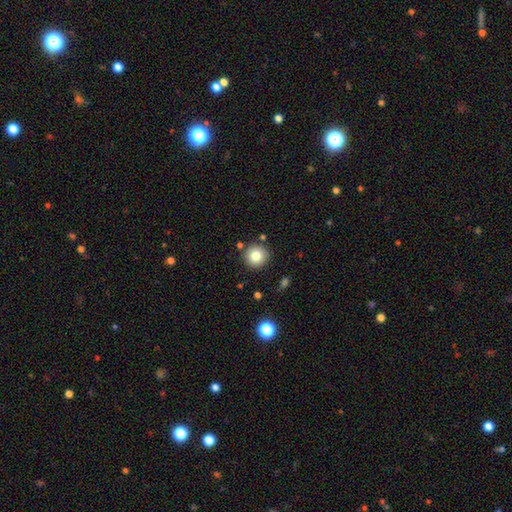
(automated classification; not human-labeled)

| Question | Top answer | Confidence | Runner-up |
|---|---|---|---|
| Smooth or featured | smooth | 80% | star or artifact (10%) |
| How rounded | round | 95% | in between (4%) |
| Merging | none | 86% | minor disturbance (8%) |